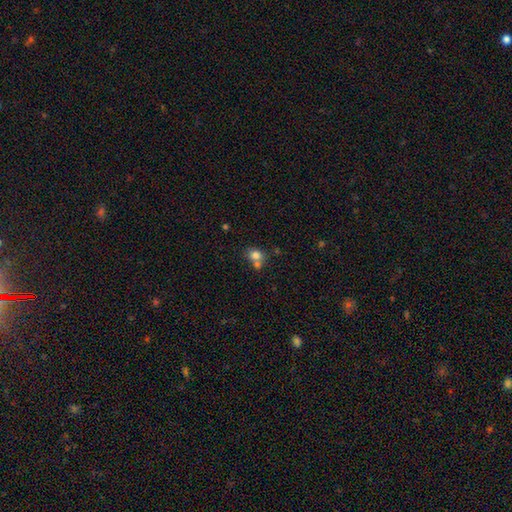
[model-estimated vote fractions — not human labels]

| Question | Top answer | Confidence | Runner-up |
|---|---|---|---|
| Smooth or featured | smooth | 78% | star or artifact (11%) |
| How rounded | round | 62% | in between (37%) |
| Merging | none | 44% | merger (42%) |